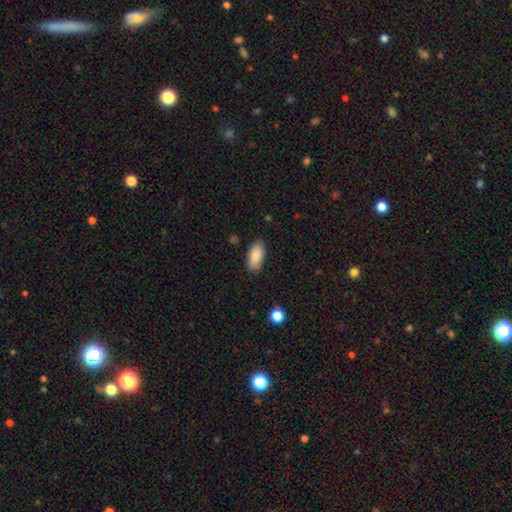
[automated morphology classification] This appears to be a smooth galaxy with no disk features (88%) that is in between round and cigar-shaped (92%). Merging: none (84%).